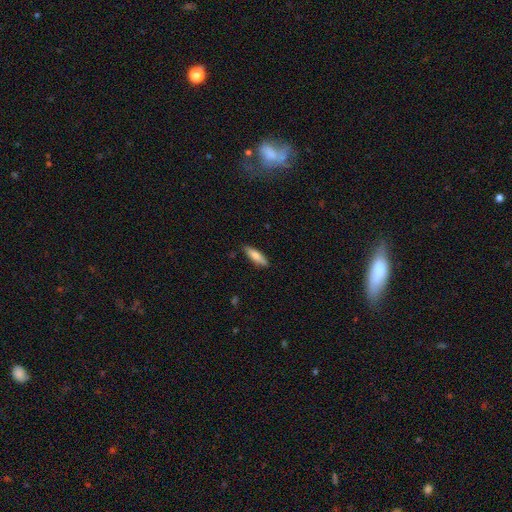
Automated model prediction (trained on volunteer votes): Q: Smooth or featured?
A: smooth (77%); runner-up: featured or disk (17%)
Q: How rounded?
A: cigar-shaped (60%); runner-up: in between (39%)
Q: Merging?
A: none (86%); runner-up: minor disturbance (11%)